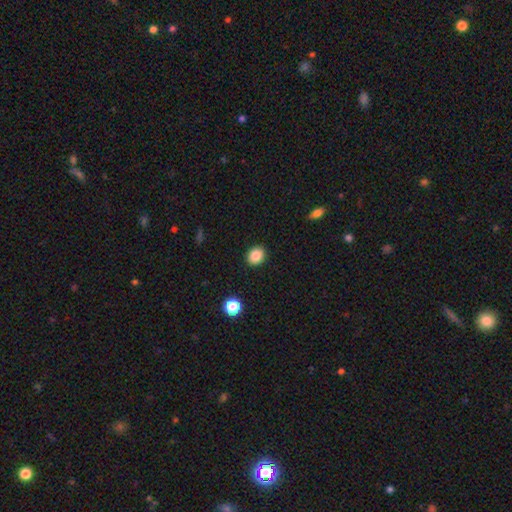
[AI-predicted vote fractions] Overall: smooth (86%). How rounded: round (58%; in between 41%). Merging: none (90%).